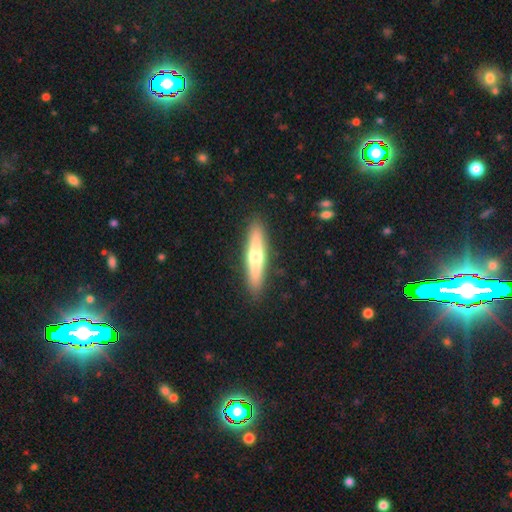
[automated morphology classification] The model was most divided on "smooth or featured": featured or disk: 53%, smooth: 42%, star or artifact: 6%. More confident: edge-on disk — yes (93%); merging — none (91%).